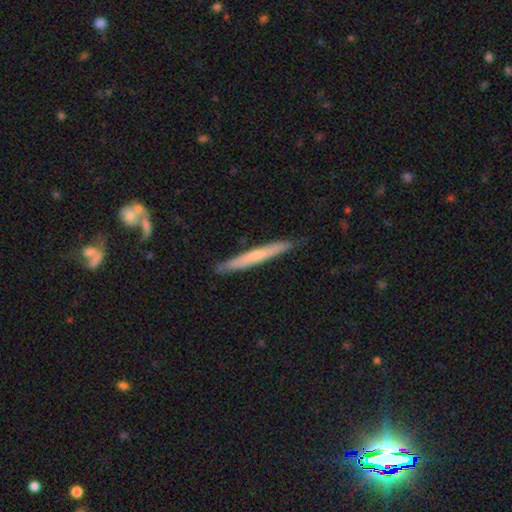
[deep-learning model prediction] This is possibly a smooth galaxy (51%). How rounded: clearly cigar-shaped (96%). Merging: clearly none (86%).